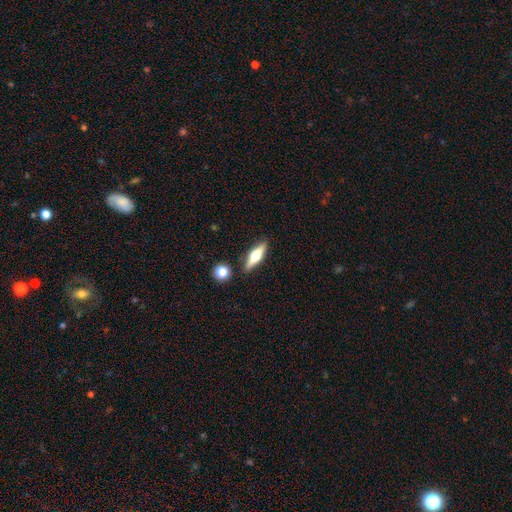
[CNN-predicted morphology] Overall: featured or disk (52%; smooth 41%). Edge-on disk: yes (94%). Merging: none (85%).